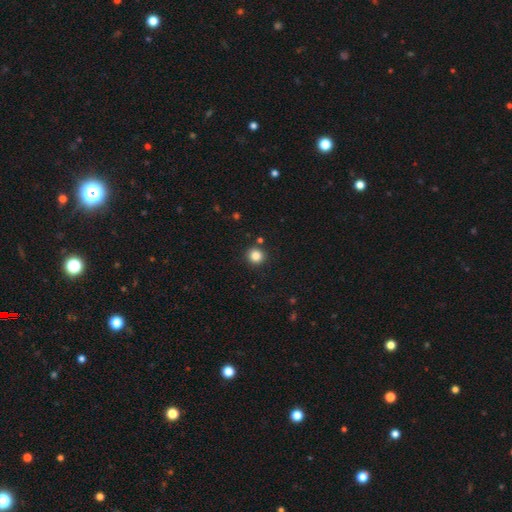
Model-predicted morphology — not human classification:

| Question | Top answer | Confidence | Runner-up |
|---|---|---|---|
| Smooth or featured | smooth | 85% | star or artifact (11%) |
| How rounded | round | 92% | in between (7%) |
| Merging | none | 88% | minor disturbance (6%) |